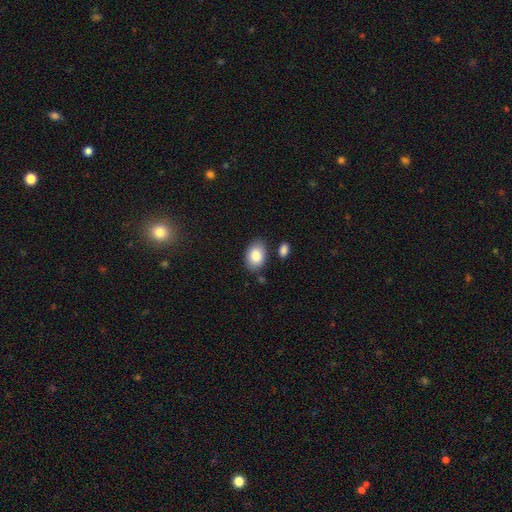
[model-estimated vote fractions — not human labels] A smooth galaxy with no disk features (85%) that is in between round and cigar-shaped (86%). Merging: none (80%).